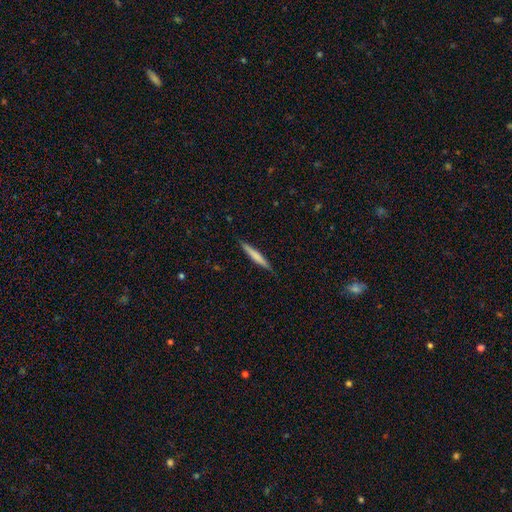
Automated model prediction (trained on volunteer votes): This appears to be a smooth galaxy with no disk features (66%) that is cigar-shaped (95%). Merging: none (88%).